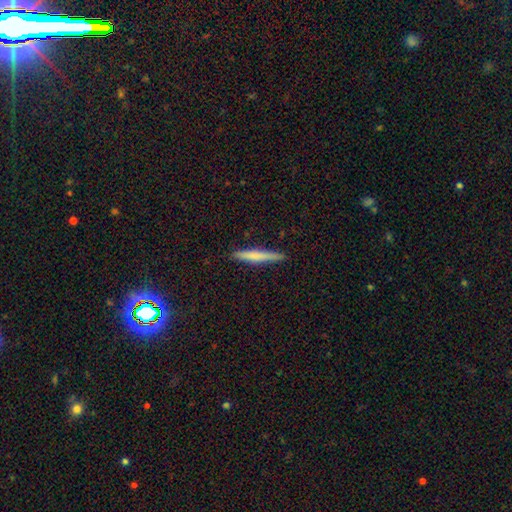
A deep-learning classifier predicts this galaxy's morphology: Smooth or featured: smooth — 64% (featured or disk — 30%)
How rounded: cigar-shaped — 95% (in between — 4%)
Merging: none — 89% (minor disturbance — 8%)